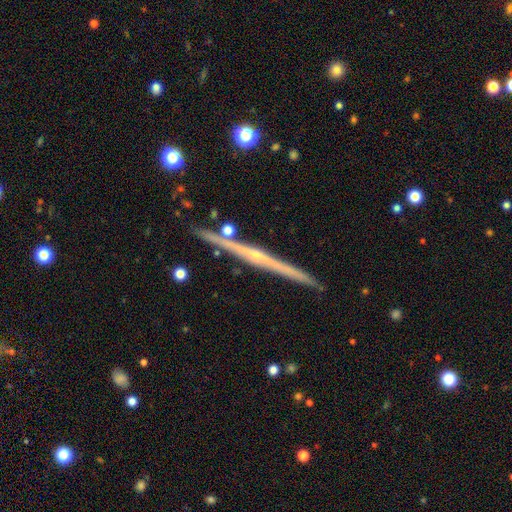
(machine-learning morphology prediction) The model was most divided on "edge-on bulge": rounded: 57%, none: 39%, boxy: 5%. More confident: edge-on disk — yes (98%); merging — none (88%); smooth or featured — featured or disk (81%).